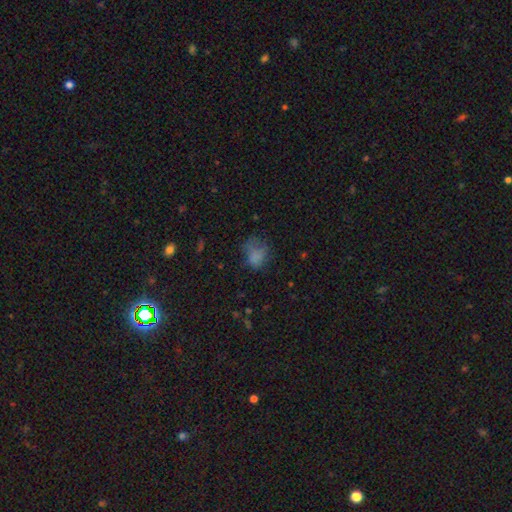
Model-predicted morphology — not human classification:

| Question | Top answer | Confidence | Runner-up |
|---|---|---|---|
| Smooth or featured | smooth | 69% | star or artifact (16%) |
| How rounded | in between | 52% | round (47%) |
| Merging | none | 42% | major disturbance (29%) |